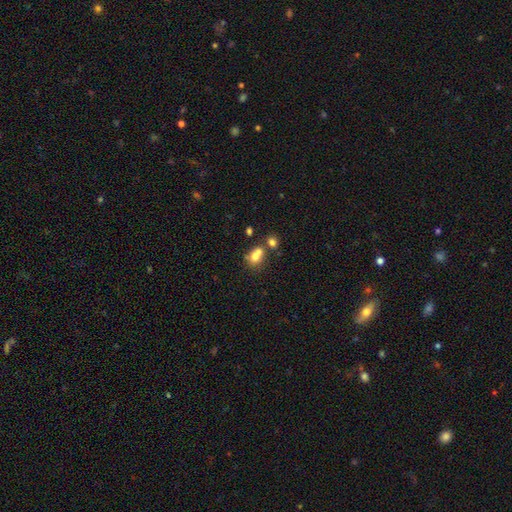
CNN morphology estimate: Smooth or featured?
  - smooth: 72% *
  - featured or disk: 17%
  - star or artifact: 12%
How rounded?
  - in between: 51% *
  - round: 47%
  - cigar-shaped: 2%
Merging?
  - merger: 55% *
  - none: 30%
  - minor disturbance: 10%
  - major disturbance: 5%